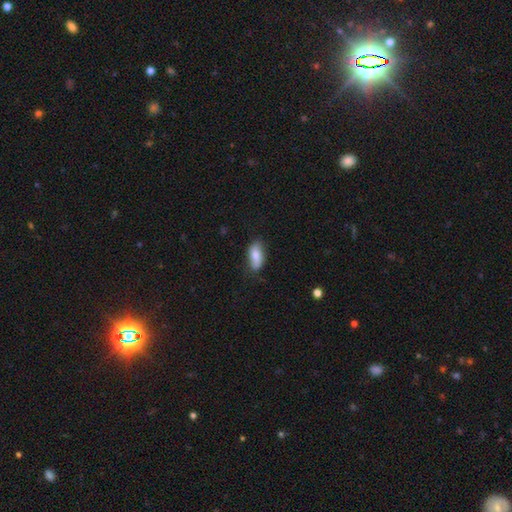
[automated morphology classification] type=smooth (74%); roundness=in between (85%); merging=none (75%).